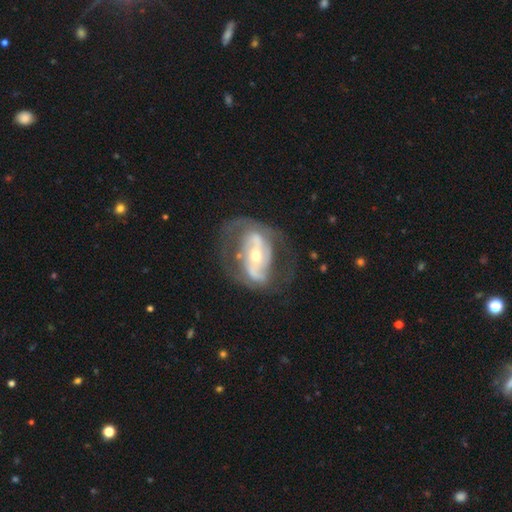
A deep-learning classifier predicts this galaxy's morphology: A featured or disk galaxy (82%) with a strong bar (41%), 2 (76%) medium (46%) spiral arms (77%) and a small central bulge (47%, tied with moderate). Merging: none (57%).